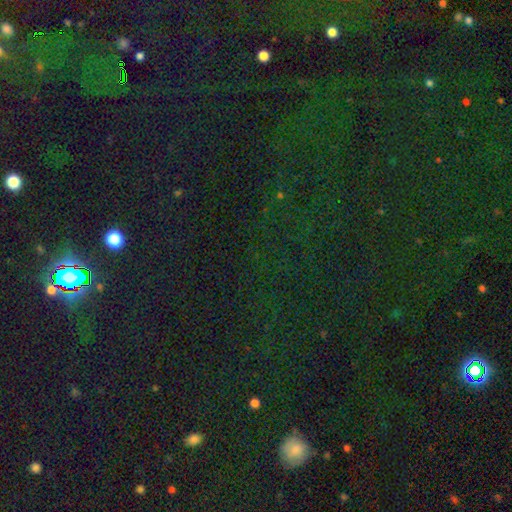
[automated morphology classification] Smooth or featured?
  - star or artifact: 80% *
  - smooth: 13%
  - featured or disk: 7%